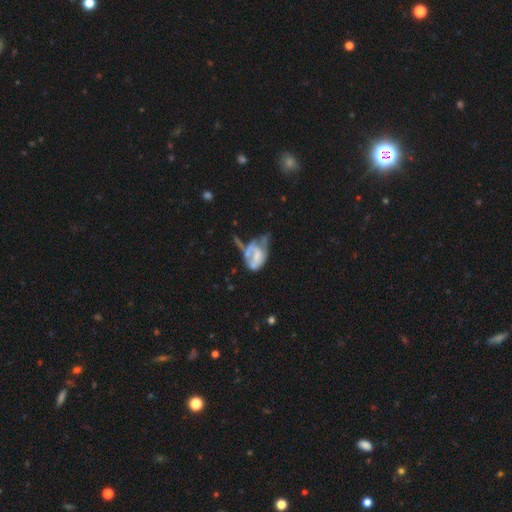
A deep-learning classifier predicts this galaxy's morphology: Smooth or featured? Predicted: featured or disk (p=0.55). Edge-on disk? Predicted: no (p=0.97). Bar? Predicted: no (p=0.75). Spiral arms? Predicted: no (p=0.71). Bulge size? Predicted: none (p=0.46). Merging? Predicted: major disturbance (p=0.38).